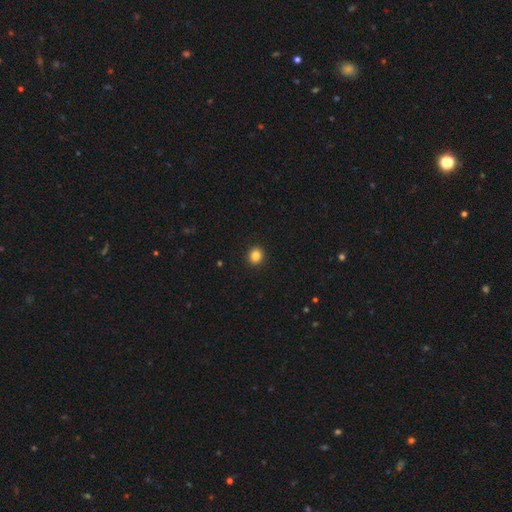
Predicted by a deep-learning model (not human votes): This appears to be a smooth galaxy with no disk features (84%) that is round (86%). Merging: none (93%).